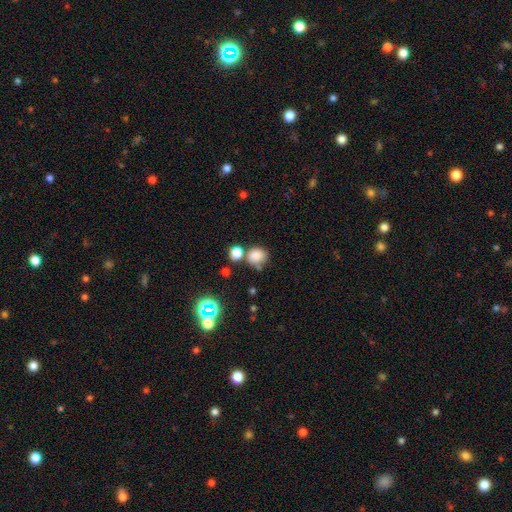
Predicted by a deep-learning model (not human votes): Smooth or featured? smooth (81%)
How rounded? round (77%)
Merging? none (57%)